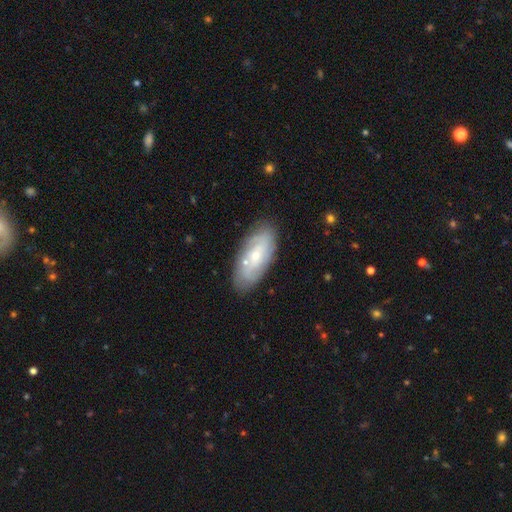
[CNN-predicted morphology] Smooth or featured: featured or disk — 65% (smooth — 28%)
Edge-on disk: no — 89% (yes — 11%)
Bar: no — 65% (weak — 28%)
Spiral arms: yes — 75% (no — 25%)
Bulge size: small — 67% (moderate — 29%)
Merging: none — 79% (minor disturbance — 14%)